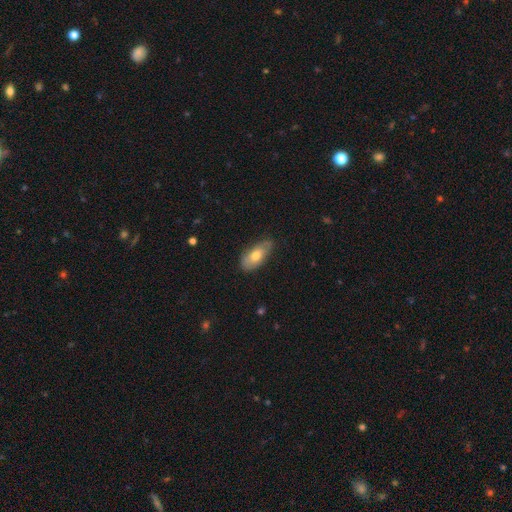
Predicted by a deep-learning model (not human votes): A smooth galaxy with no disk features (68%) that is in between round and cigar-shaped (86%). Merging: none (73%).